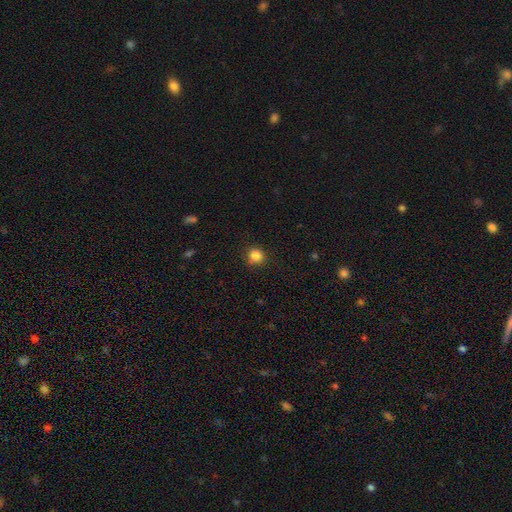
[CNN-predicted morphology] smooth_or_featured: smooth (p=0.84) [alt: star or artifact p=0.12]
how_rounded: round (p=0.89) [alt: in between p=0.10]
merging: none (p=0.88) [alt: minor disturbance p=0.09]